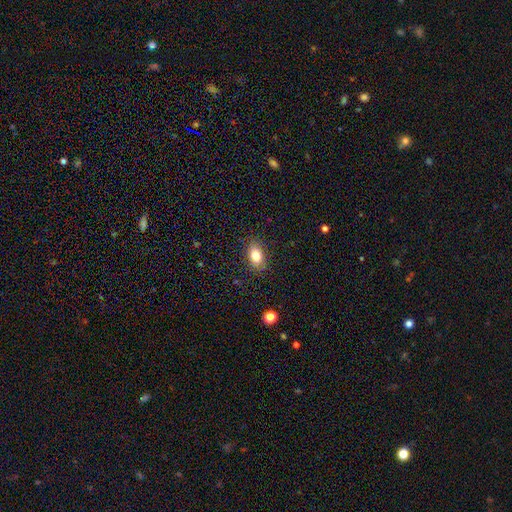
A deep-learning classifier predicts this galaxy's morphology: Q: Smooth or featured?
A: smooth (81%); runner-up: featured or disk (10%)
Q: How rounded?
A: in between (87%); runner-up: round (10%)
Q: Merging?
A: none (85%); runner-up: minor disturbance (11%)